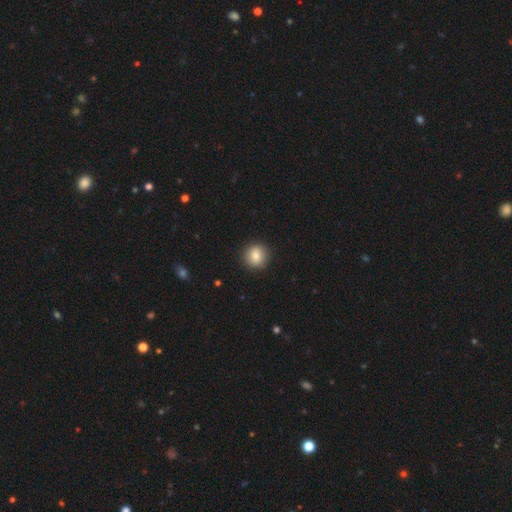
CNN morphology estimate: smooth-or-featured: smooth: 84% | star or artifact: 9% | featured or disk: 7%
  how-rounded: round: 92% | in between: 7% | cigar-shaped: 1%
  merging: none: 91% | minor disturbance: 6% | major disturbance: 2% | merger: 1%